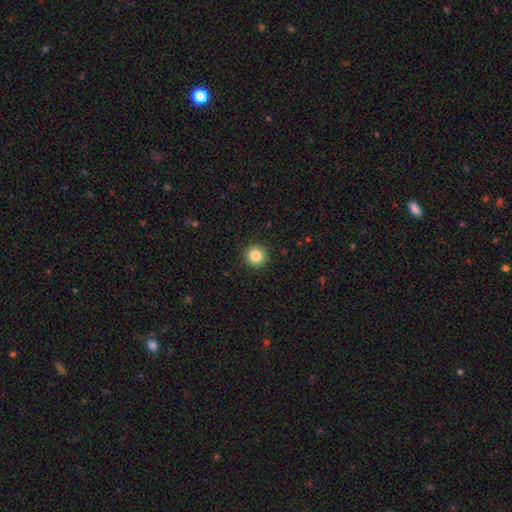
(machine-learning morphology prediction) smooth 85%, star or artifact 10%, featured or disk 5%. Down the decision tree: how rounded — round (95%); merging — none (92%).